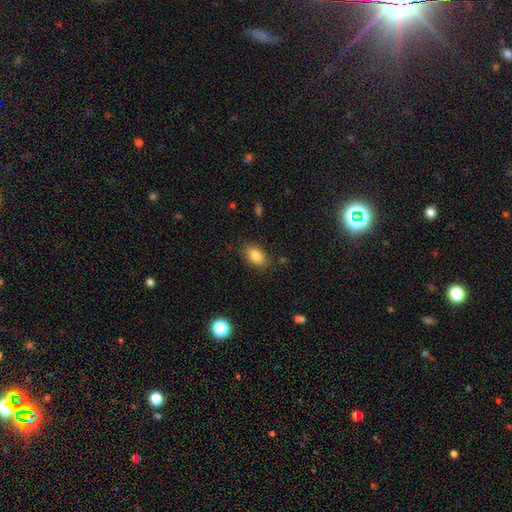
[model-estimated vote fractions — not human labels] smooth 84%, star or artifact 8%, featured or disk 7%. Down the decision tree: how rounded — in between (88%); merging — none (85%).